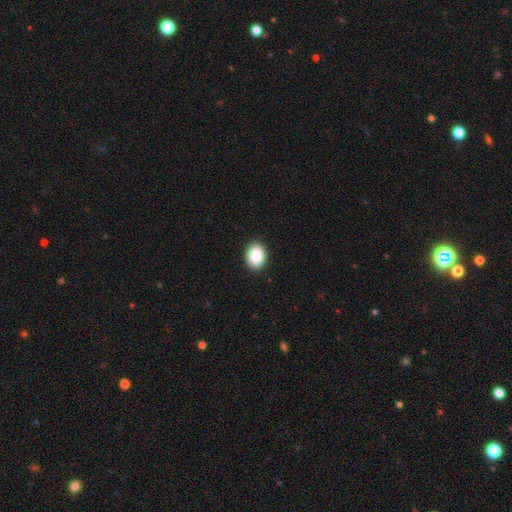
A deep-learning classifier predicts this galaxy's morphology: Overall: smooth (87%). How rounded: in between (65%; round 34%). Merging: none (91%).